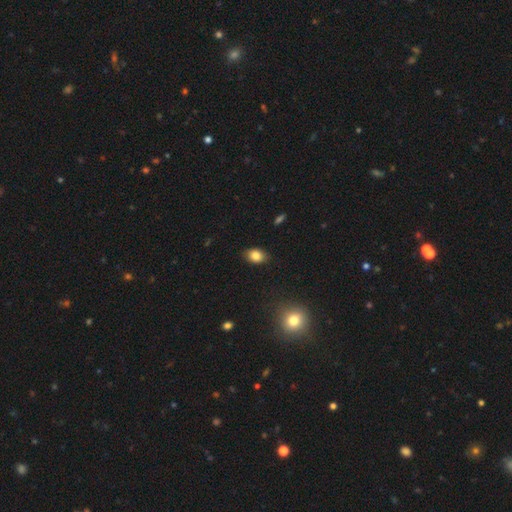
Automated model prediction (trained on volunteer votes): smooth-or-featured: smooth: 83% | star or artifact: 9% | featured or disk: 7%
  how-rounded: in between: 77% | round: 22% | cigar-shaped: 1%
  merging: none: 86% | minor disturbance: 11% | major disturbance: 2% | merger: 1%